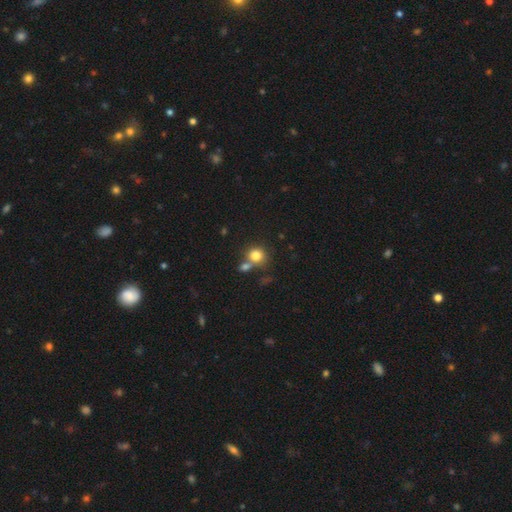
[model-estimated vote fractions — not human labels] A smooth galaxy with no disk features (81%) that is round (82%). Merging: none (53%).